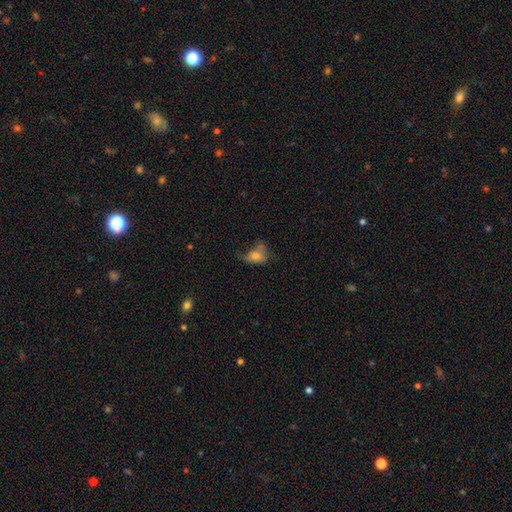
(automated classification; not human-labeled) Smooth or featured?
  - smooth: 63% *
  - featured or disk: 24%
  - star or artifact: 13%
How rounded?
  - in between: 76% *
  - round: 21%
  - cigar-shaped: 2%
Merging?
  - major disturbance: 35% *
  - none: 29%
  - minor disturbance: 26%
  - merger: 11%